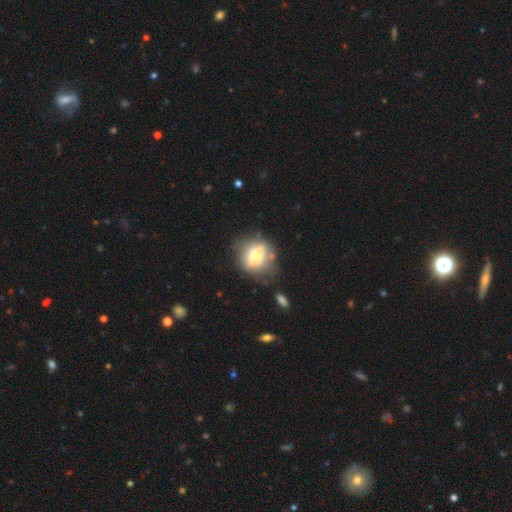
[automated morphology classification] This is likely a smooth galaxy (61%). How rounded: likely round (66%). Merging: possibly none (59%).